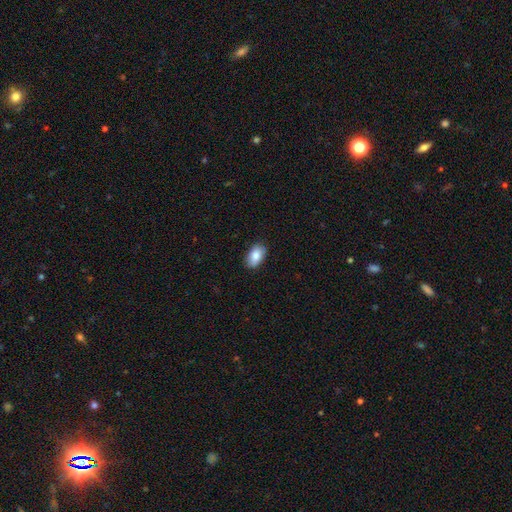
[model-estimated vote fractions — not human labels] Overall: smooth (85%). How rounded: in between (92%). Merging: none (86%).